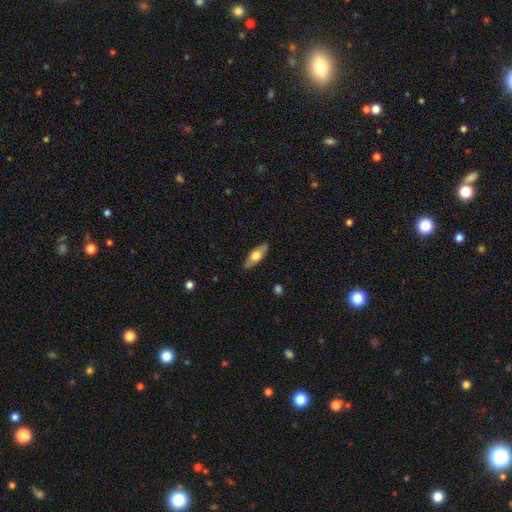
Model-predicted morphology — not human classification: A smooth galaxy with no disk features (63%) that is in between round and cigar-shaped (68%).

Vote fractions:
- Smooth or featured? smooth: 63% / featured or disk: 31% / star or artifact: 6%
- How rounded? in between: 68% / cigar-shaped: 29% / round: 3%
- Merging? none: 85% / minor disturbance: 11% / major disturbance: 2% / merger: 1%